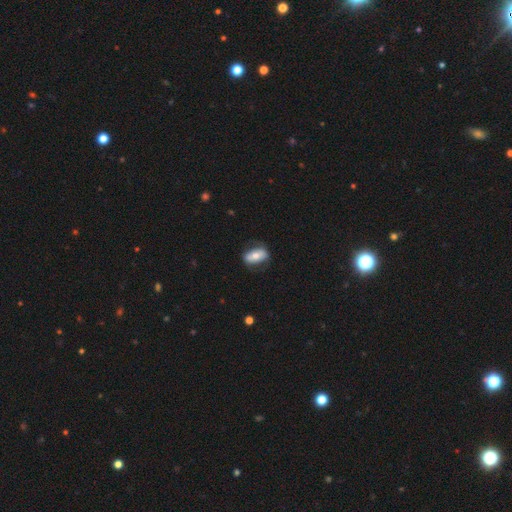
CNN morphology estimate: smooth 63%, featured or disk 31%, star or artifact 6%. Down the decision tree: how rounded — in between (89%); merging — none (73%).